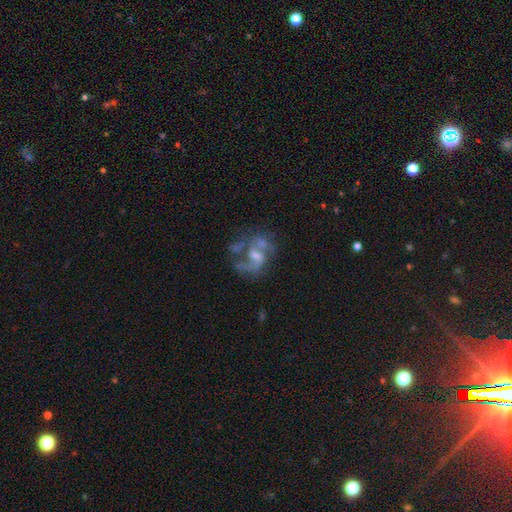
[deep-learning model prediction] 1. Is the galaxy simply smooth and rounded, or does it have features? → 77% featured or disk, 12% star or artifact, 11% smooth.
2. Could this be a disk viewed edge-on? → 98% no, 2% yes.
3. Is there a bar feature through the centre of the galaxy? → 45% weak, 41% no, 14% strong.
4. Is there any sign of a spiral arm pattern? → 78% yes, 22% no.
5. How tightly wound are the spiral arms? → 48% loose, 41% medium, 11% tight.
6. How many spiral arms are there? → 63% 2, 15% can't tell, 9% 1, 7% 3, 3% 4, 3% more than 4.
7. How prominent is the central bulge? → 39% small, 36% moderate, 19% none, 4% large, 1% dominant.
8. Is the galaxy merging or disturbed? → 43% none, 26% major disturbance, 16% merger, 15% minor disturbance.